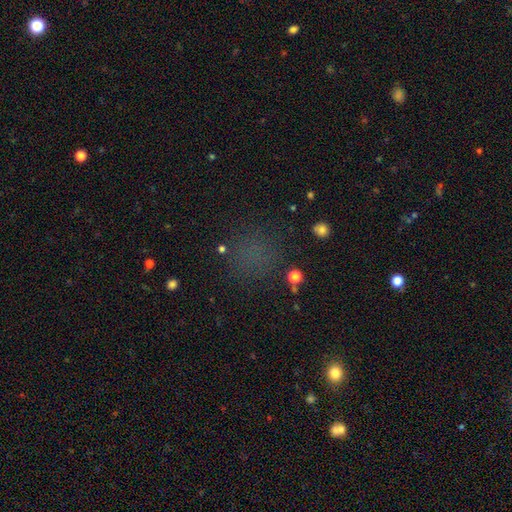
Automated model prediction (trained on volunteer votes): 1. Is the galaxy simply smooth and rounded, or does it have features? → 53% smooth, 39% star or artifact, 8% featured or disk.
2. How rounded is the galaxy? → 87% round, 12% in between, 2% cigar-shaped.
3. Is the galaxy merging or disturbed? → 80% none, 11% minor disturbance, 6% major disturbance, 3% merger.